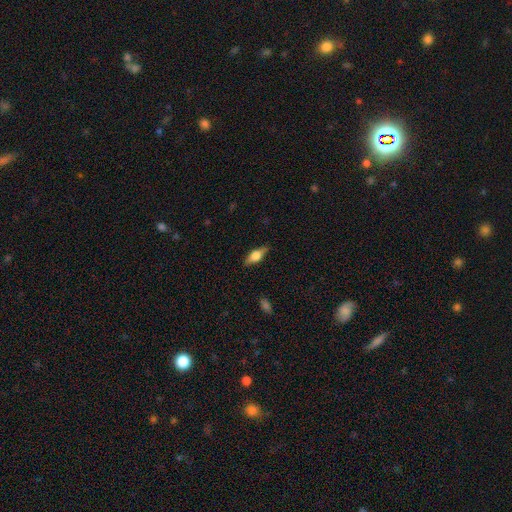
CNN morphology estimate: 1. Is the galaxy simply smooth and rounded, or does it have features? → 49% smooth, 44% featured or disk, 7% star or artifact.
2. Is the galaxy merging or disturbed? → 84% none, 12% minor disturbance, 3% major disturbance, 1% merger.